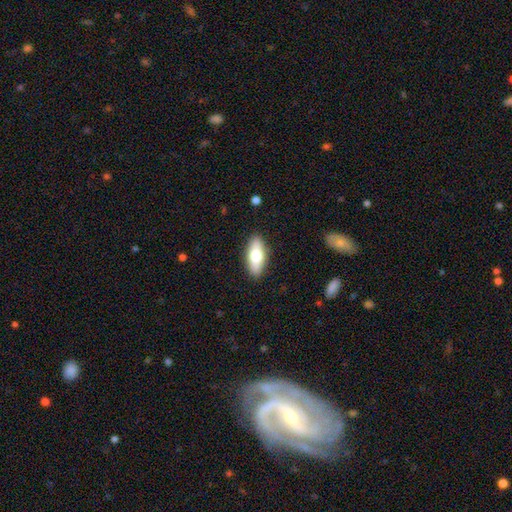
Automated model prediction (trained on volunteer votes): The model was most divided on "smooth or featured": smooth: 69%, featured or disk: 25%, star or artifact: 6%. More confident: merging — none (88%); how rounded — in between (77%).